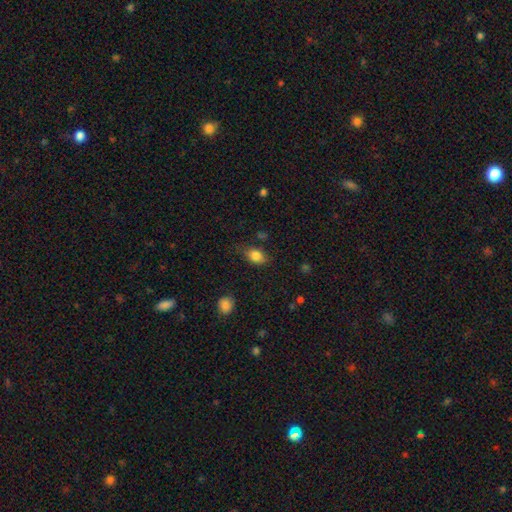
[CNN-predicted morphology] A smooth galaxy with no disk features (84%) that is in between round and cigar-shaped (77%).

Vote fractions:
- Smooth or featured? smooth: 84% / star or artifact: 9% / featured or disk: 7%
- How rounded? in between: 77% / round: 21% / cigar-shaped: 2%
- Merging? none: 73% / minor disturbance: 20% / major disturbance: 5% / merger: 2%